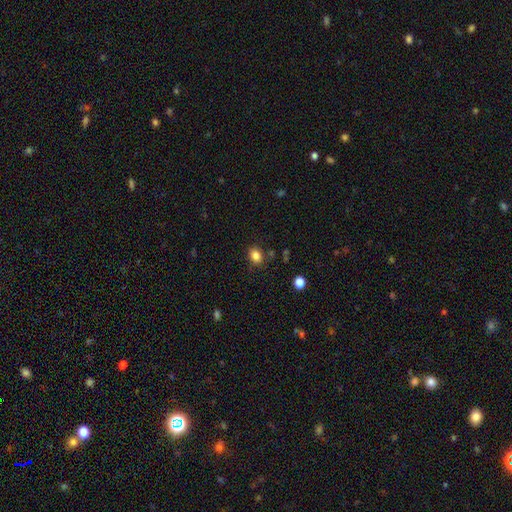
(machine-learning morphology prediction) Overall: smooth (84%). How rounded: in between (53%; round 46%). Merging: none (83%).